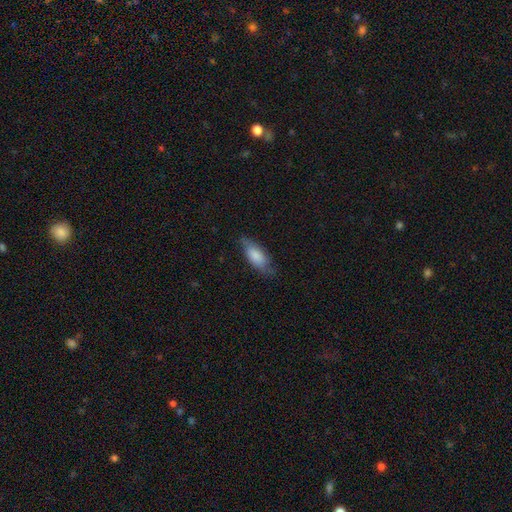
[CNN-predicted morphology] Smooth or featured? Predicted: smooth (p=0.75). How rounded? Predicted: in between (p=0.79). Merging? Predicted: none (p=0.68).